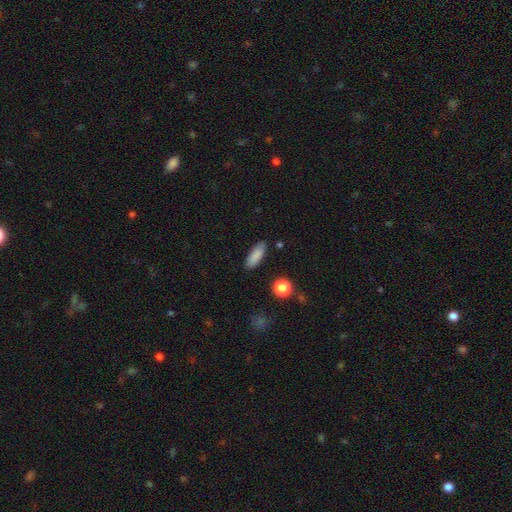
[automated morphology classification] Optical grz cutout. It shows a smooth galaxy with no disk features (86%) that is in between round and cigar-shaped (63%). Merging: none (85%).